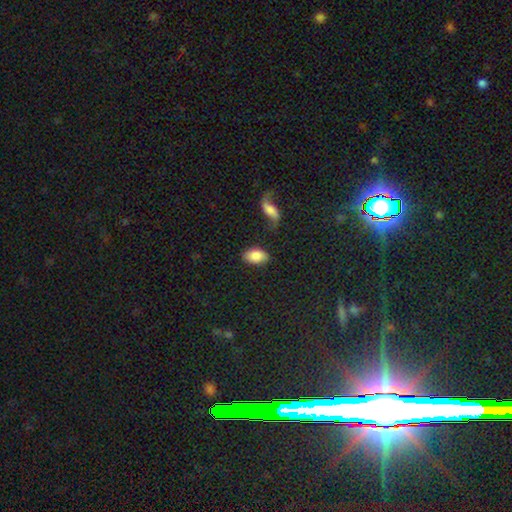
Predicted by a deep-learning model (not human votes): A smooth galaxy with no disk features (84%) that is in between round and cigar-shaped (92%). Merging: none (80%).